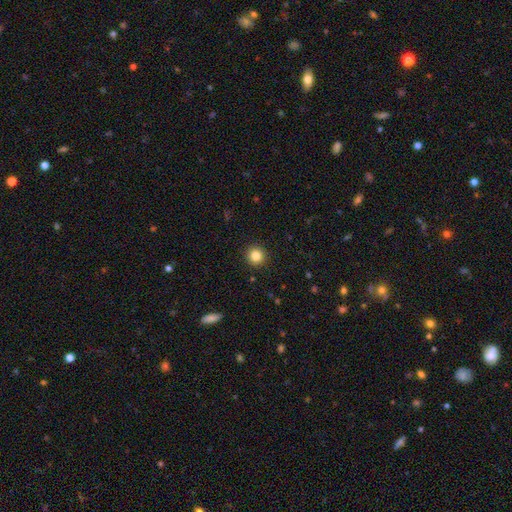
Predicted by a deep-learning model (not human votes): Q: Smooth or featured?
A: smooth (84%); runner-up: star or artifact (11%)
Q: How rounded?
A: round (95%); runner-up: in between (4%)
Q: Merging?
A: none (93%); runner-up: minor disturbance (5%)